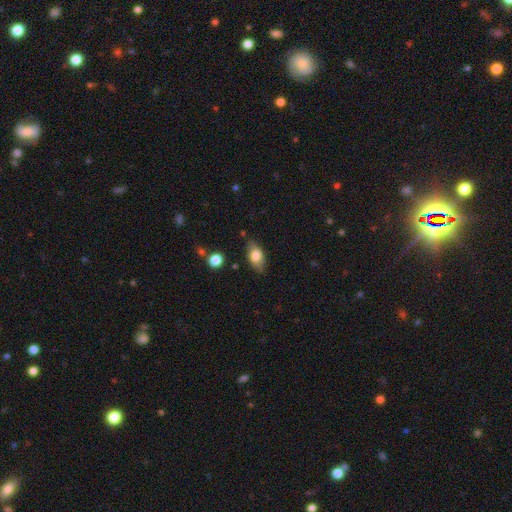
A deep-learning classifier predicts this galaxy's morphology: This is likely a smooth galaxy (76%). How rounded: clearly in between (88%). Merging: likely none (80%).